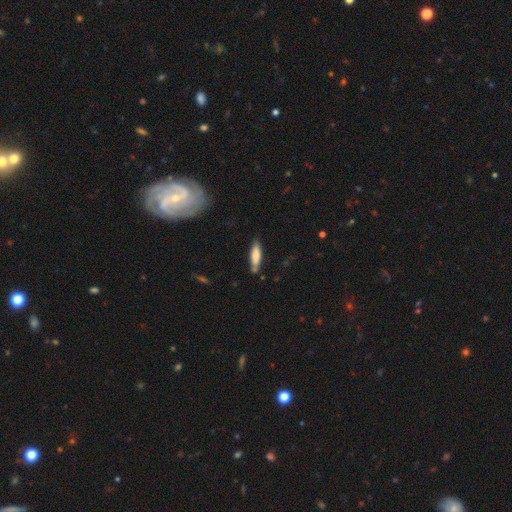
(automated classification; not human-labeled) Smooth or featured? Predicted: smooth (p=0.73). How rounded? Predicted: cigar-shaped (p=0.63). Merging? Predicted: none (p=0.73).